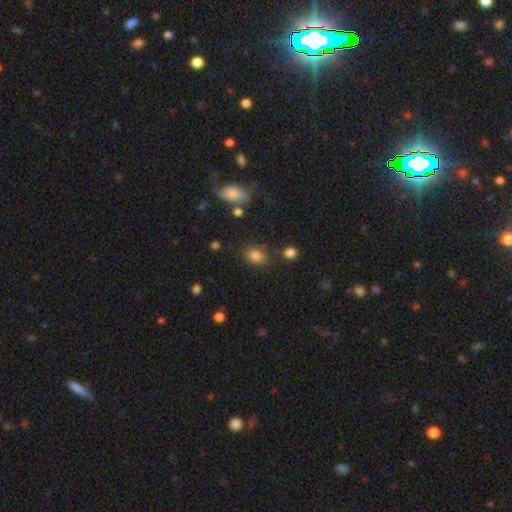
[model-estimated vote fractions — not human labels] Morphology: type=smooth (82%); roundness=in between (63%); merging=none (77%).